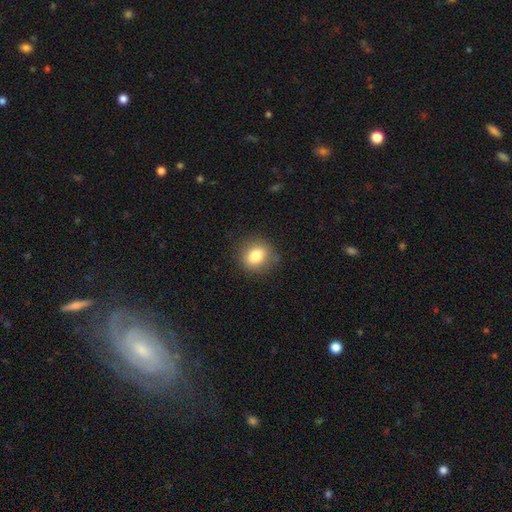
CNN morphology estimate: Smooth or featured?
  - smooth: 80% *
  - featured or disk: 10%
  - star or artifact: 10%
How rounded?
  - round: 69% *
  - in between: 29%
  - cigar-shaped: 1%
Merging?
  - none: 84% *
  - minor disturbance: 11%
  - major disturbance: 3%
  - merger: 1%